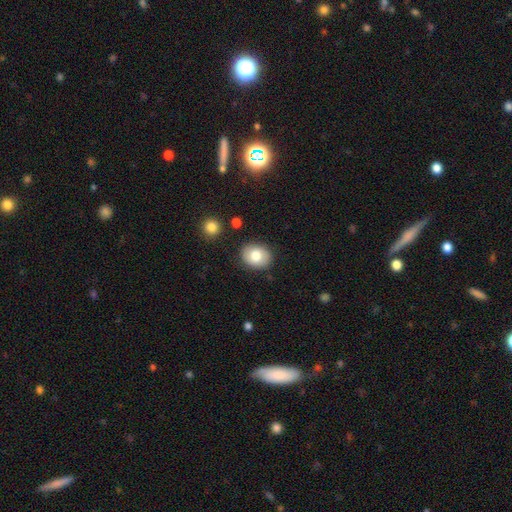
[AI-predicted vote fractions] Smooth or featured?
  - smooth: 79% *
  - featured or disk: 13%
  - star or artifact: 8%
How rounded?
  - round: 50% *
  - in between: 49%
  - cigar-shaped: 1%
Merging?
  - none: 85% *
  - minor disturbance: 10%
  - major disturbance: 3%
  - merger: 2%